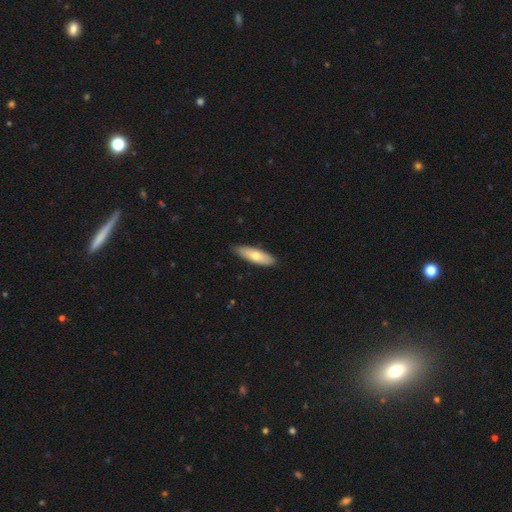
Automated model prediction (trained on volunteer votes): Smooth or featured: smooth — 66% (featured or disk — 29%)
How rounded: in between — 50% (cigar-shaped — 47%)
Merging: none — 86% (minor disturbance — 11%)